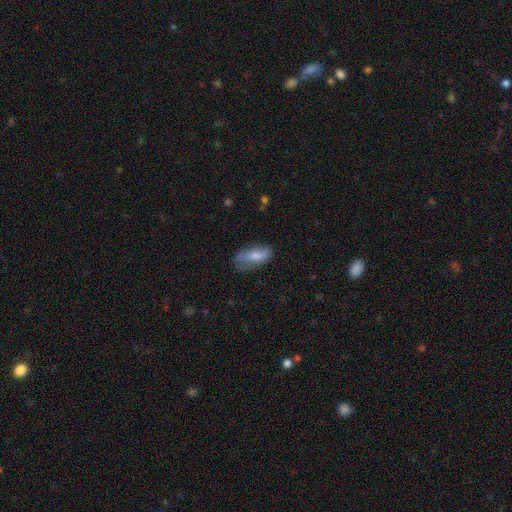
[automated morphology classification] A smooth galaxy with no disk features (65%) that is in between round and cigar-shaped (74%). Merging: none (64%).